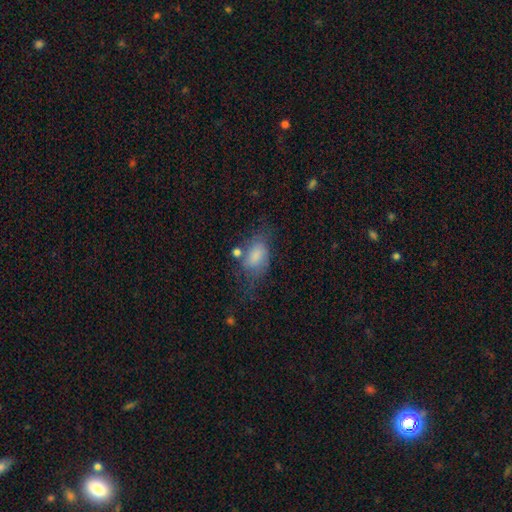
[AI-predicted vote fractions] This is likely a smooth galaxy (71%). How rounded: clearly in between (87%). Merging: marginally none (36%).